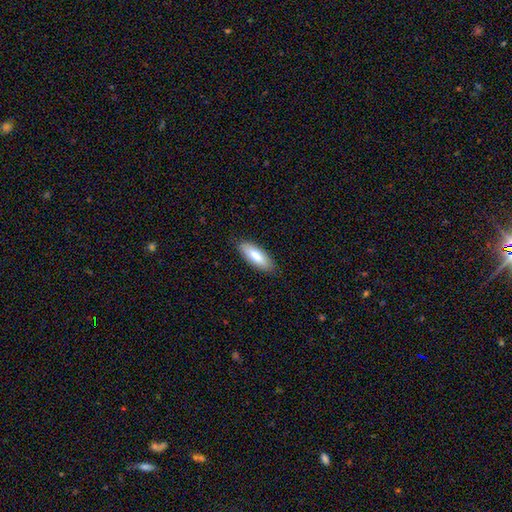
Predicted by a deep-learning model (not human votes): smooth 81%, featured or disk 14%, star or artifact 5%. Down the decision tree: how rounded — in between (69%); merging — none (85%).